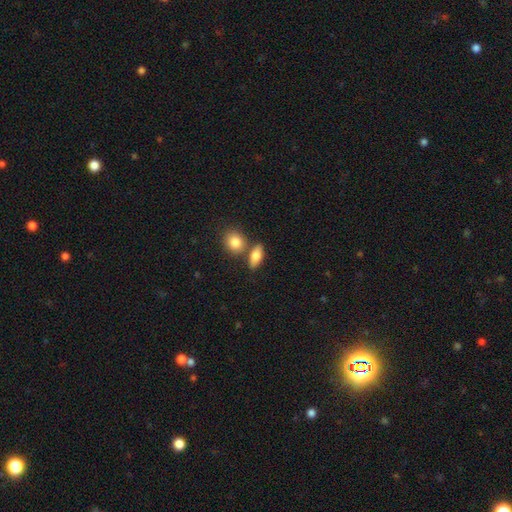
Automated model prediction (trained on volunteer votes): Morphology: type=smooth (78%); roundness=in between (77%); merging=none (65%).